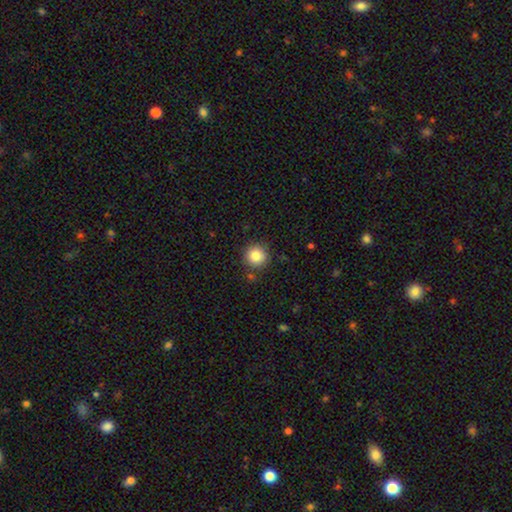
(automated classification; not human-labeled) Morphology: type=smooth (84%); roundness=round (94%); merging=none (86%).